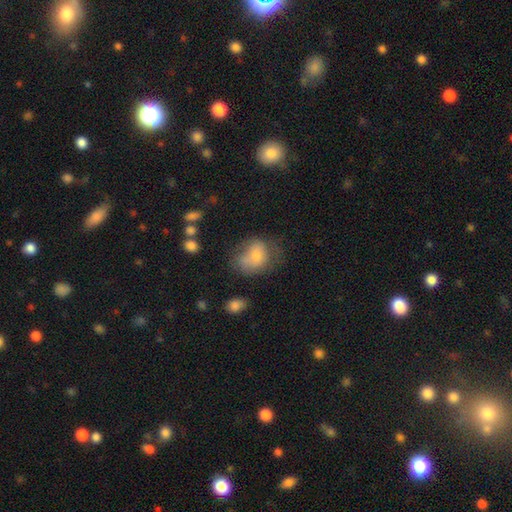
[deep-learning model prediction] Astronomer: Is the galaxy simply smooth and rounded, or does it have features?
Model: smooth — 72%.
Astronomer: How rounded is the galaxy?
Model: in between — 55% (runner-up: round, 44%).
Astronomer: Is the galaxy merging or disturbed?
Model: none — 40% (runner-up: minor disturbance, 30%).